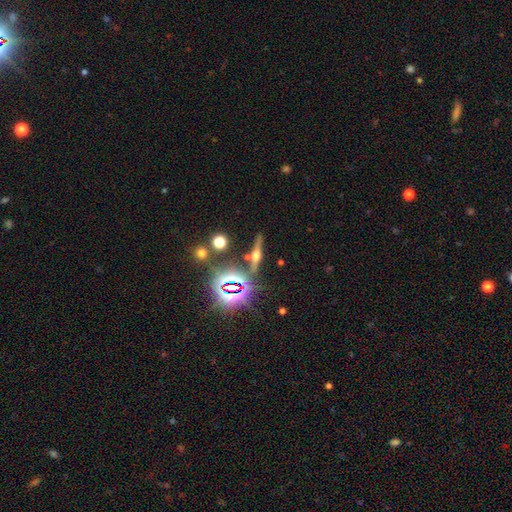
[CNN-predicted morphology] featured or disk 58%, star or artifact 23%, smooth 19%. Down the decision tree: edge-on disk — yes (93%); edge-on bulge — rounded (92%); merging — none (82%).